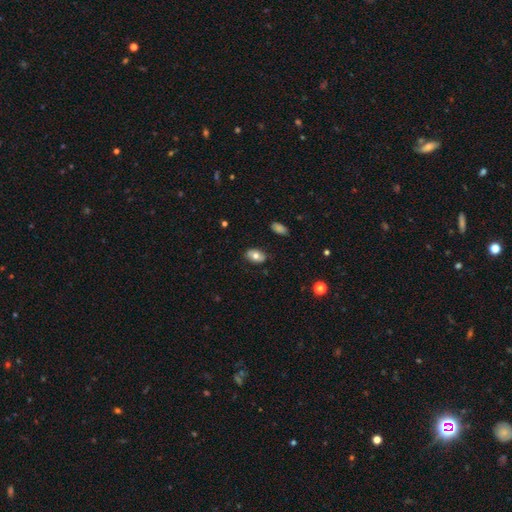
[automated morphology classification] This appears to be a smooth galaxy with no disk features (72%) that is in between round and cigar-shaped (89%). Merging: none (82%).